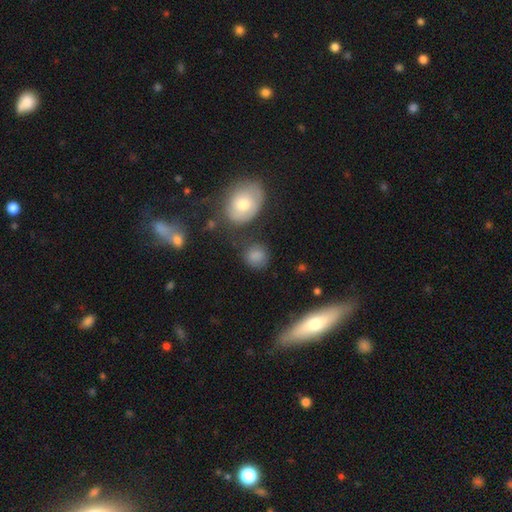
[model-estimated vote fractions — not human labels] Smooth or featured?
  - smooth: 80% *
  - star or artifact: 11%
  - featured or disk: 9%
How rounded?
  - round: 75% *
  - in between: 24%
  - cigar-shaped: 2%
Merging?
  - none: 67% *
  - minor disturbance: 18%
  - merger: 8%
  - major disturbance: 7%